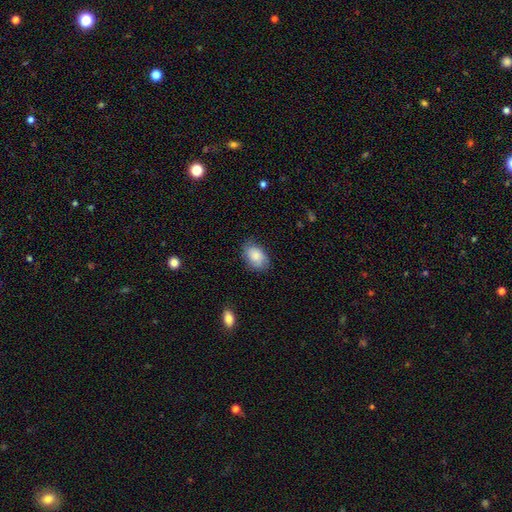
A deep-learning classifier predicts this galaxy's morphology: type=smooth (82%); roundness=in between (87%); merging=none (73%).